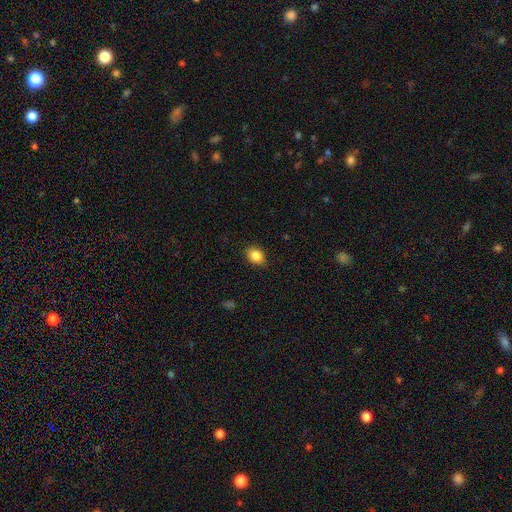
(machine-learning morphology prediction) A smooth galaxy with no disk features (86%) that is in between round and cigar-shaped (69%). Merging: none (82%).